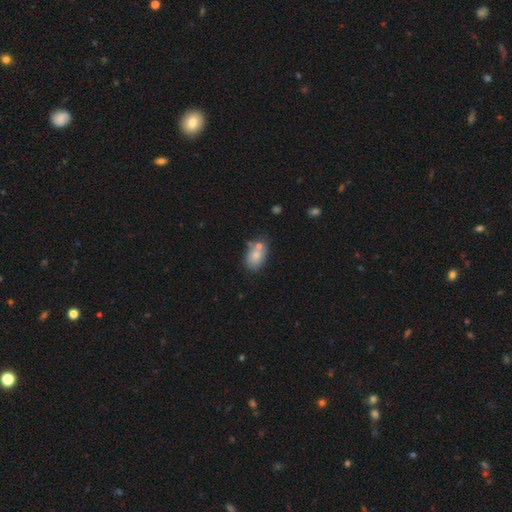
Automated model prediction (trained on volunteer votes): smooth 76%, featured or disk 15%, star or artifact 9%. Down the decision tree: how rounded — in between (82%); merging — none (51%).